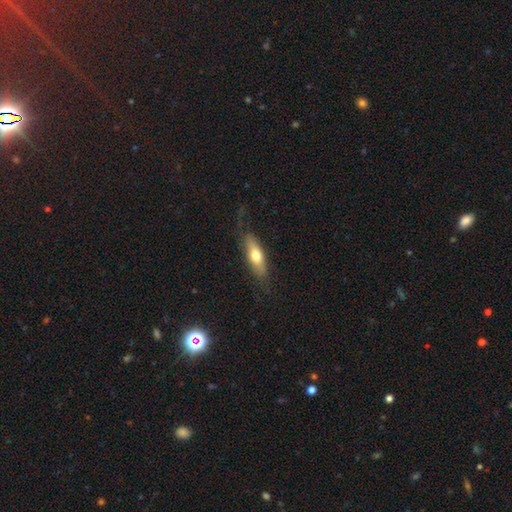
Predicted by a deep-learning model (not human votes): A smooth galaxy with no disk features (63%) that is in between round and cigar-shaped (53%).

Vote fractions:
- Smooth or featured? smooth: 63% / featured or disk: 31% / star or artifact: 6%
- How rounded? in between: 53% / cigar-shaped: 44% / round: 3%
- Merging? none: 75% / minor disturbance: 17% / major disturbance: 6% / merger: 1%